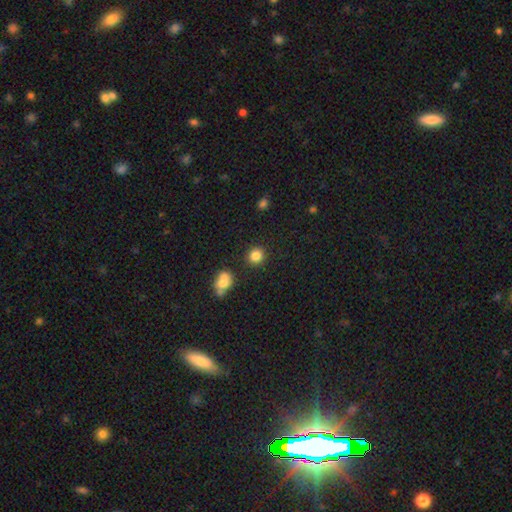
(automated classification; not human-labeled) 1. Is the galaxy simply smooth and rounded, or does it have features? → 84% smooth, 11% star or artifact, 5% featured or disk.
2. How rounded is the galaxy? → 89% round, 10% in between, 1% cigar-shaped.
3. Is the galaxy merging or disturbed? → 87% none, 7% minor disturbance, 3% merger, 2% major disturbance.